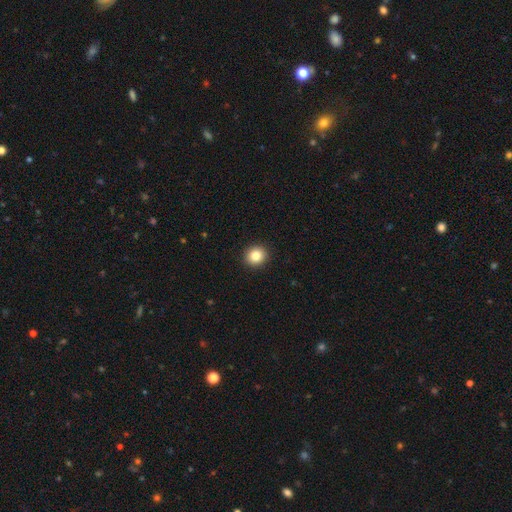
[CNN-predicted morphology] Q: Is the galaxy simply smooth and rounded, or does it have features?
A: smooth — 85%.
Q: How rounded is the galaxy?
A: round — 88%.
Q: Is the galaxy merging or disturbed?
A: none — 93%.